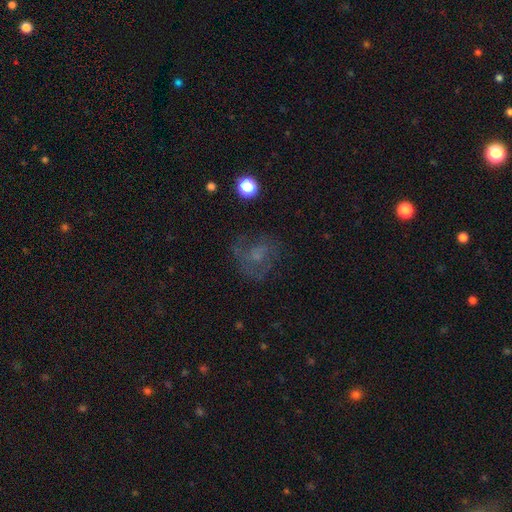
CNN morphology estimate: smooth_or_featured: featured or disk (p=0.49) [alt: smooth p=0.34]
merging: none (p=0.56) [alt: major disturbance p=0.23]